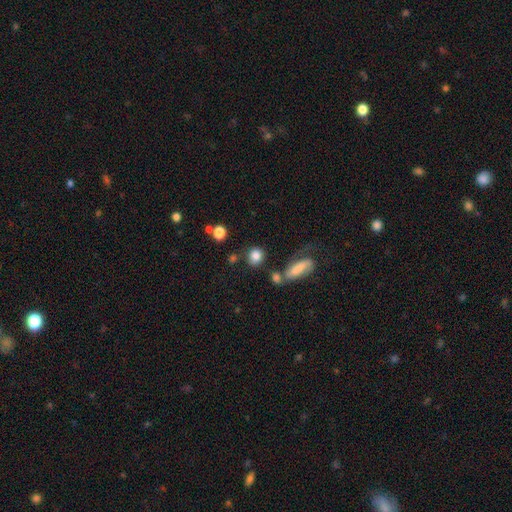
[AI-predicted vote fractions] Q: Smooth or featured?
A: smooth (83%); runner-up: star or artifact (10%)
Q: How rounded?
A: round (71%); runner-up: in between (26%)
Q: Merging?
A: none (67%); runner-up: minor disturbance (14%)